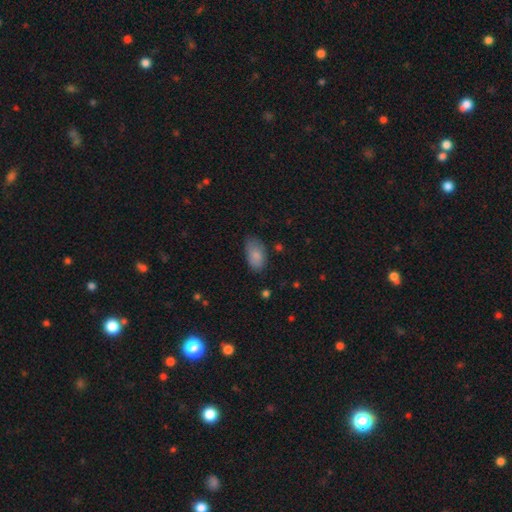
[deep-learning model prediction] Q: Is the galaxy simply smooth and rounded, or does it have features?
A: smooth — 84%.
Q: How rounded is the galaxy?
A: in between — 93%.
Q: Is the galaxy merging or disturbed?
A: none — 70%.